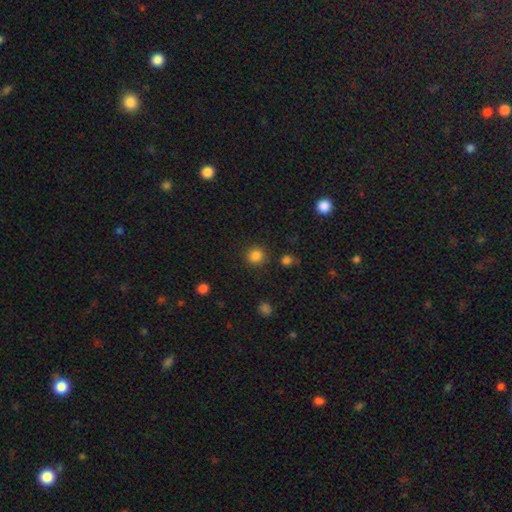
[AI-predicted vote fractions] The model was most divided on "smooth or featured": smooth: 84%, star or artifact: 12%, featured or disk: 4%. More confident: how rounded — round (93%); merging — none (89%).